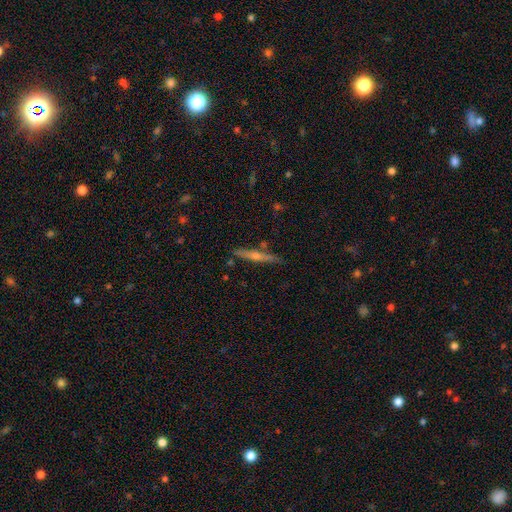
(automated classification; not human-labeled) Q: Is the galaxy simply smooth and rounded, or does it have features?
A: featured or disk — 65%.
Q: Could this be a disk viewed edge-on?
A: yes — 96%.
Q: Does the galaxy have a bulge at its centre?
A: rounded — 80%.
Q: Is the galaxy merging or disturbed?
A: none — 85%.